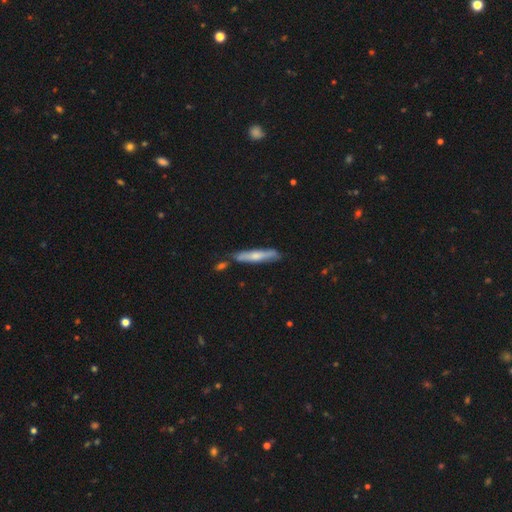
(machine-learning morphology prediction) The model was most divided on "smooth or featured": smooth: 55%, featured or disk: 40%, star or artifact: 6%. More confident: how rounded — cigar-shaped (91%); merging — none (76%).